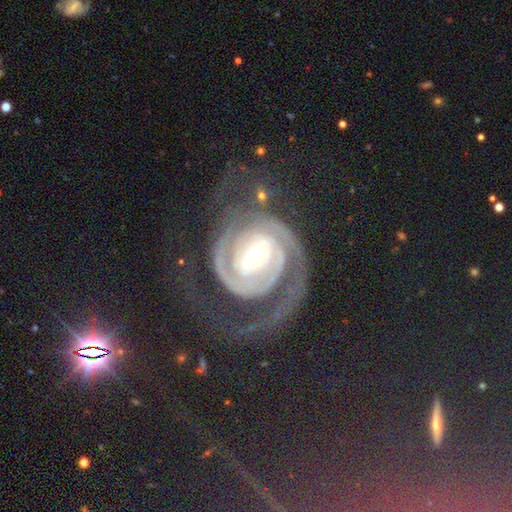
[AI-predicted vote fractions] smooth_or_featured: featured or disk (p=0.91) [alt: star or artifact p=0.05]
disk_edge_on: no (p=0.98) [alt: yes p=0.02]
bar: no (p=0.46) [alt: weak p=0.32]
has_spiral_arms: yes (p=0.98) [alt: no p=0.02]
spiral_winding: tight (p=0.67) [alt: medium p=0.25]
spiral_arm_count: 2 (p=0.64) [alt: 1 p=0.16]
bulge_size: small (p=0.64) [alt: moderate p=0.29]
merging: none (p=0.56) [alt: major disturbance p=0.27]